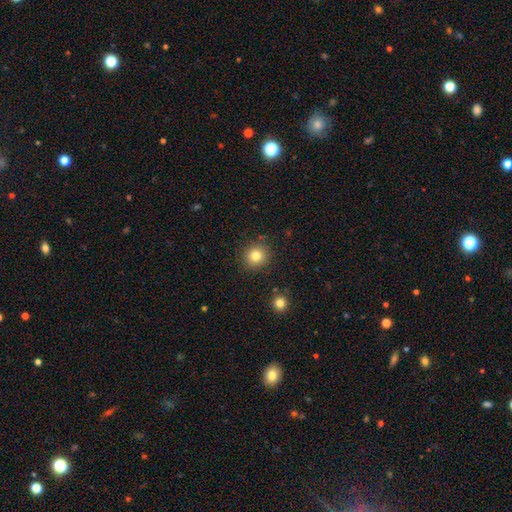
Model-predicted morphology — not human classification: Smooth or featured? smooth (82%)
How rounded? round (92%)
Merging? none (89%)